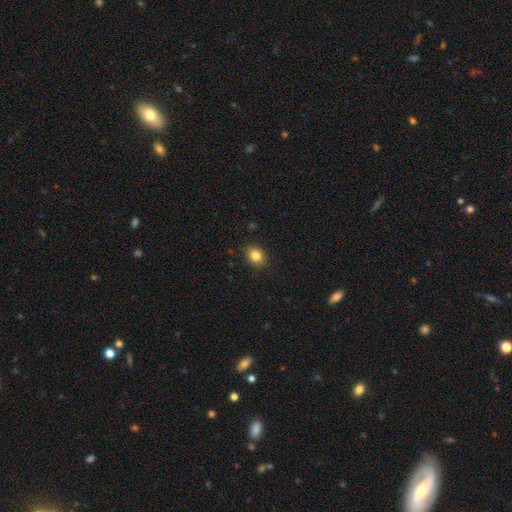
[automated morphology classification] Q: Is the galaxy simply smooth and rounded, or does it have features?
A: smooth — 83%.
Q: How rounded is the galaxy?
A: round — 54%.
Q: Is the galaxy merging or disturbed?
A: none — 87%.